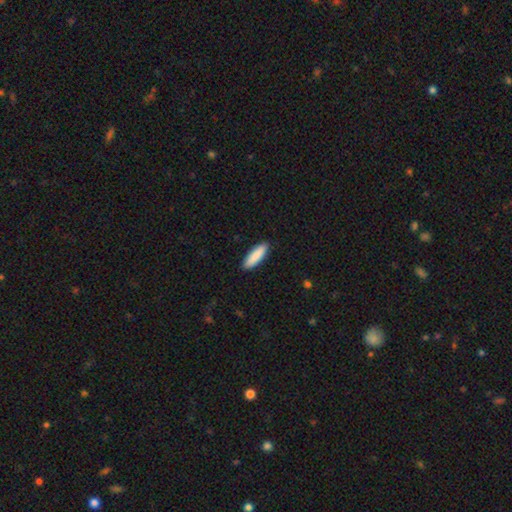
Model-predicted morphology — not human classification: type=smooth (89%); roundness=cigar-shaped (52%); merging=none (90%).